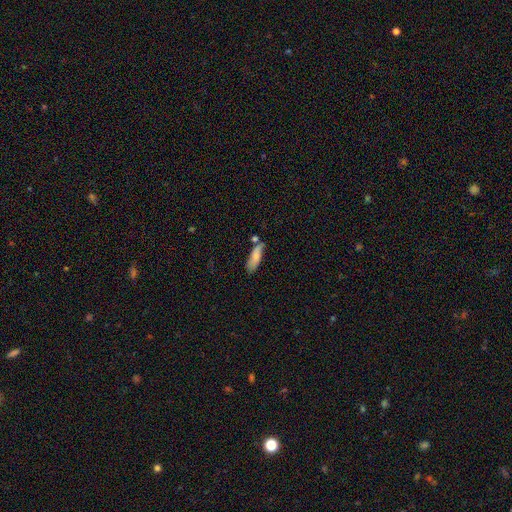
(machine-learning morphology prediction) Smooth or featured?
  - smooth: 77% *
  - featured or disk: 16%
  - star or artifact: 7%
How rounded?
  - in between: 53% *
  - cigar-shaped: 45%
  - round: 2%
Merging?
  - none: 55% *
  - minor disturbance: 25%
  - merger: 14%
  - major disturbance: 6%